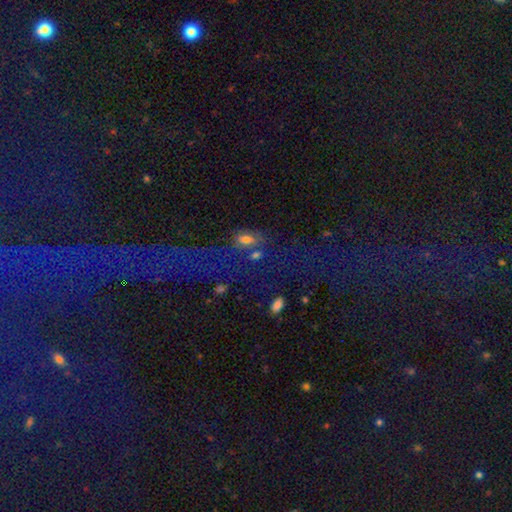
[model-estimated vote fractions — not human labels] This is possibly a smooth galaxy (47%). Merging: marginally none (37%).